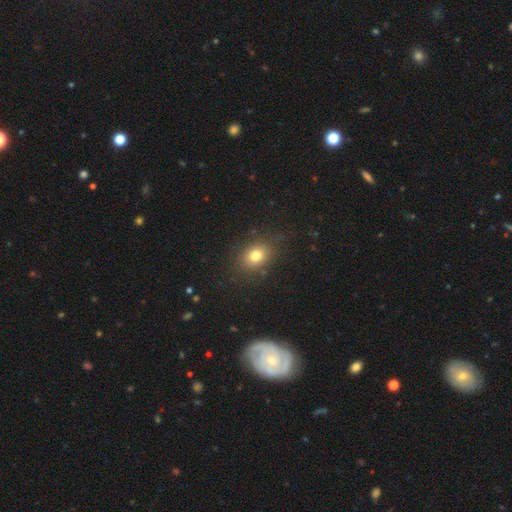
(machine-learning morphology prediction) A smooth galaxy with no disk features (77%) that is in between round and cigar-shaped (53%). Merging: none (83%).